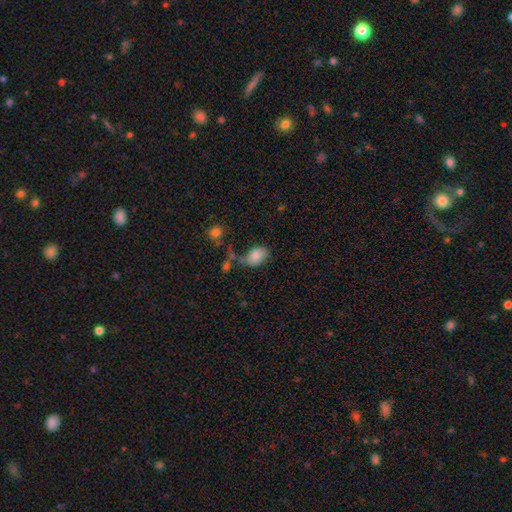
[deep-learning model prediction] Q: Smooth or featured?
A: smooth (81%); runner-up: featured or disk (11%)
Q: How rounded?
A: in between (86%); runner-up: round (13%)
Q: Merging?
A: none (53%); runner-up: minor disturbance (25%)